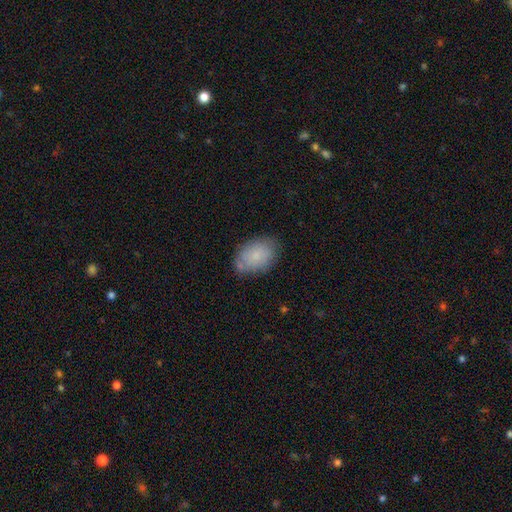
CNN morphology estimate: Overall: smooth (79%). How rounded: in between (87%). Merging: none (70%).